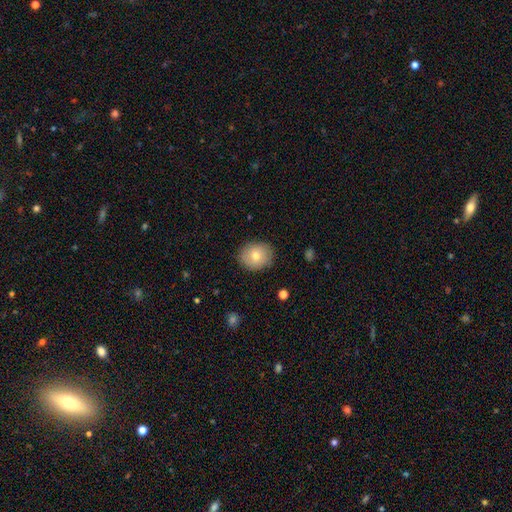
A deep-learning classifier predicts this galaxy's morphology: Smooth or featured: smooth — 74% (featured or disk — 17%)
How rounded: round — 72% (in between — 27%)
Merging: none — 86% (minor disturbance — 10%)